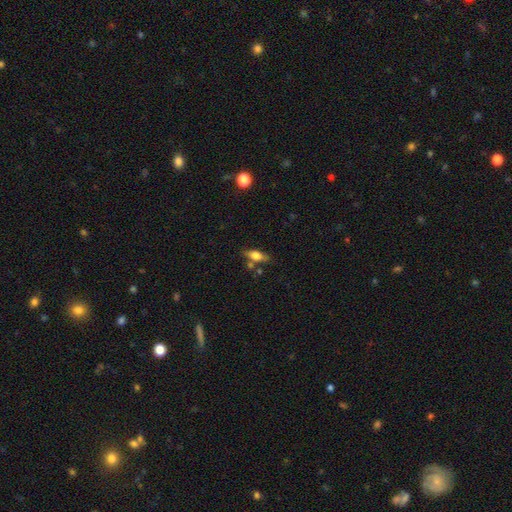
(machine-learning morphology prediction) smooth_or_featured: smooth (p=0.66) [alt: featured or disk p=0.26]
how_rounded: in between (p=0.73) [alt: cigar-shaped p=0.22]
merging: none (p=0.66) [alt: minor disturbance p=0.17]